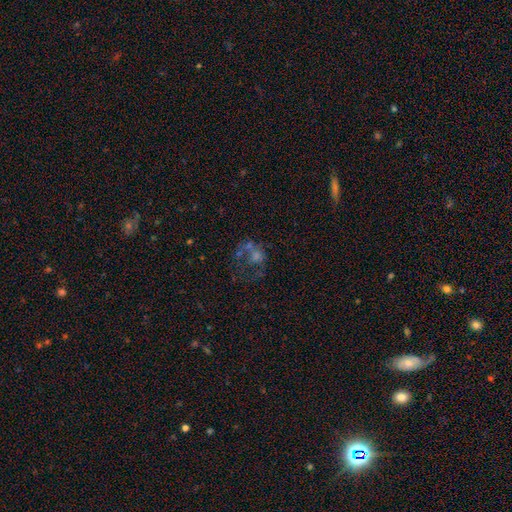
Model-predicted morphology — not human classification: Smooth or featured: featured or disk — 47% (smooth — 30%)
Merging: none — 33% (major disturbance — 32%)